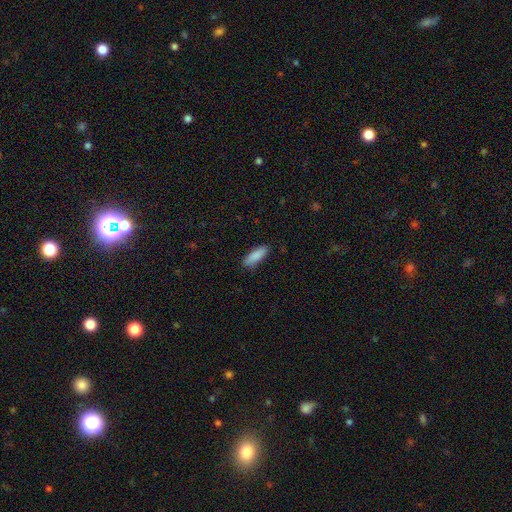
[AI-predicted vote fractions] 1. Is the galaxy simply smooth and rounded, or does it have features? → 88% smooth, 6% star or artifact, 6% featured or disk.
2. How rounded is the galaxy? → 51% in between, 47% cigar-shaped, 2% round.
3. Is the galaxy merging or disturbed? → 87% none, 10% minor disturbance, 2% major disturbance, 1% merger.